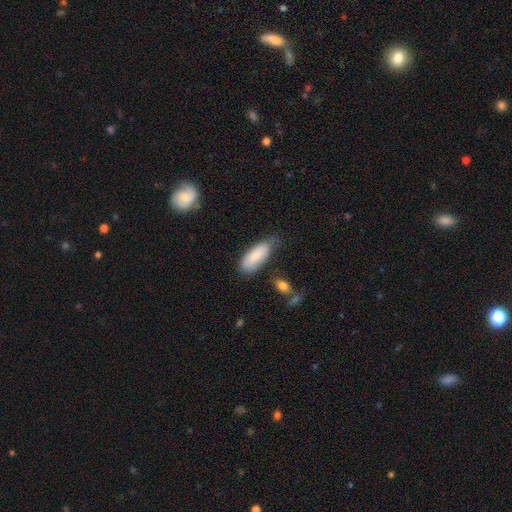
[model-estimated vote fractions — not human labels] Q: Smooth or featured?
A: smooth (81%); runner-up: featured or disk (13%)
Q: How rounded?
A: in between (78%); runner-up: cigar-shaped (20%)
Q: Merging?
A: none (58%); runner-up: minor disturbance (31%)